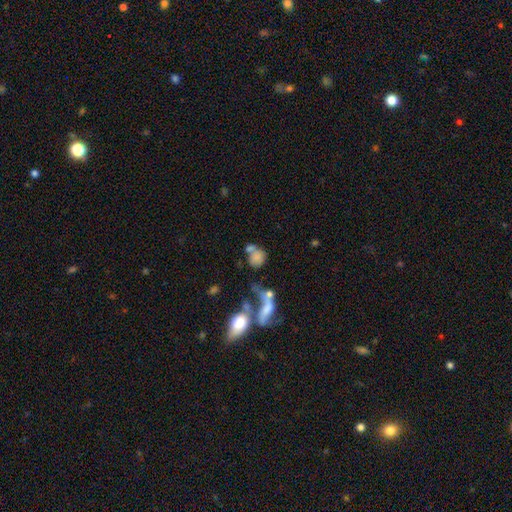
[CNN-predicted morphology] smooth 66%, featured or disk 22%, star or artifact 12%. Down the decision tree: how rounded — round (56%); merging — merger (45%).